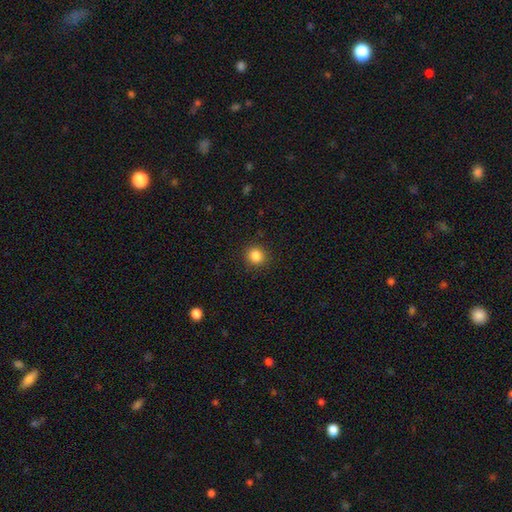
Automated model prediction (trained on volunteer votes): This is clearly a smooth galaxy (86%). How rounded: clearly round (90%). Merging: clearly none (90%).